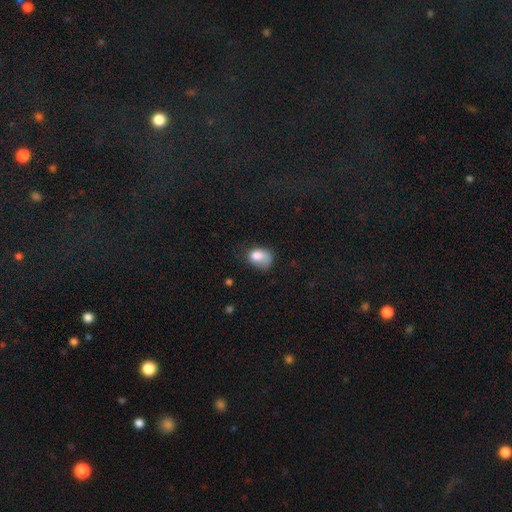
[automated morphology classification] A smooth galaxy with no disk features (78%) that is in between round and cigar-shaped (67%). Merging: none (35%).